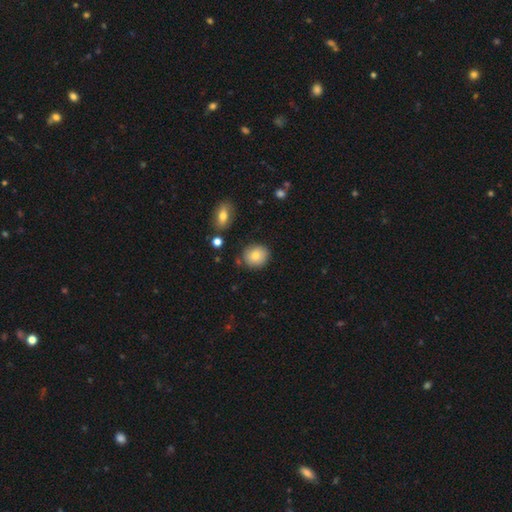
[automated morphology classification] This is likely a smooth galaxy (79%). How rounded: clearly round (80%). Merging: clearly none (82%).